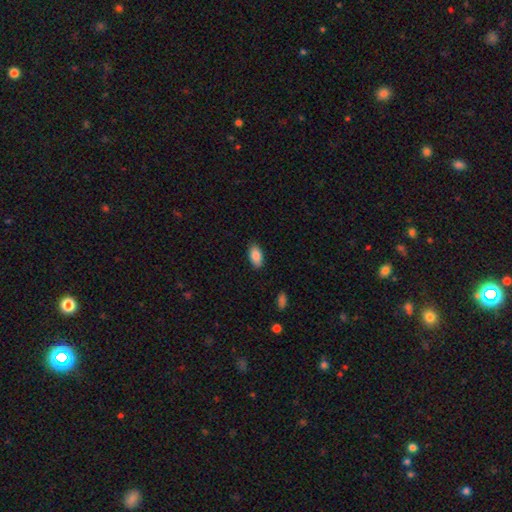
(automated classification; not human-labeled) Smooth or featured? Predicted: smooth (p=0.87). How rounded? Predicted: in between (p=0.93). Merging? Predicted: none (p=0.86).